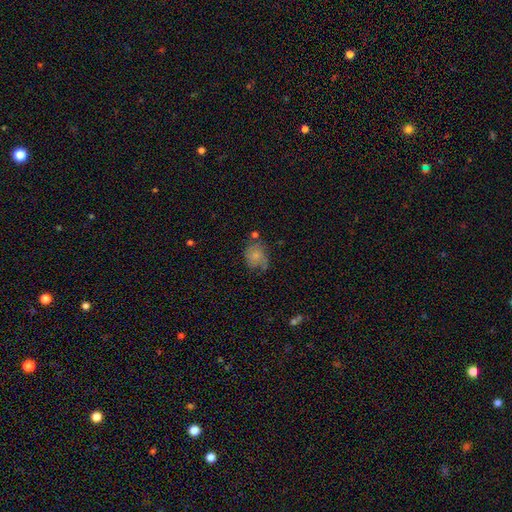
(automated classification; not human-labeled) Morphology: type=smooth (63%); roundness=round (51%); merging=none (44%).